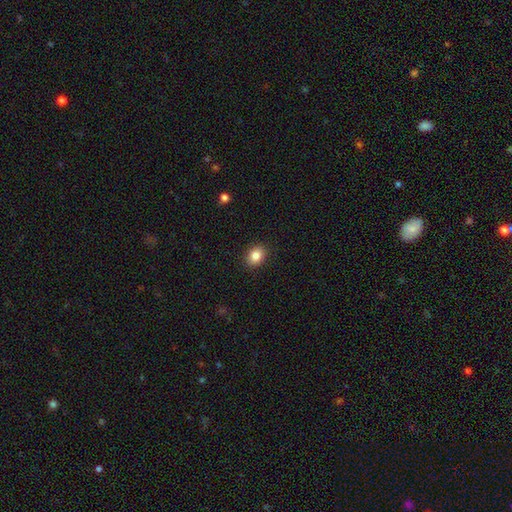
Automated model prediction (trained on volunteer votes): Smooth or featured? smooth (85%)
How rounded? in between (64%)
Merging? none (90%)